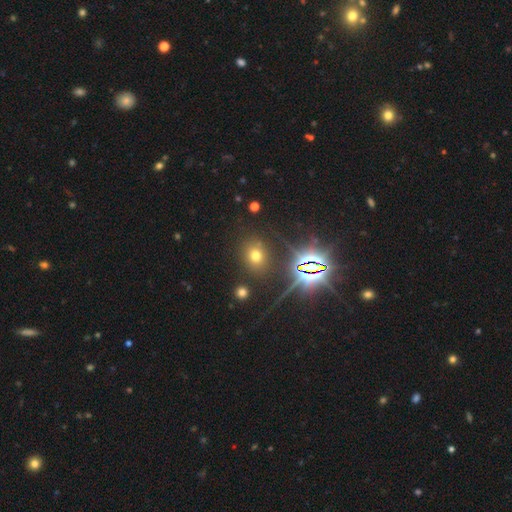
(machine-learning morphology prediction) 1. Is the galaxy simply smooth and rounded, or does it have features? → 60% smooth, 30% star or artifact, 10% featured or disk.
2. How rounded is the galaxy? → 61% round, 37% in between, 2% cigar-shaped.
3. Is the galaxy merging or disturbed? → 84% none, 9% minor disturbance, 4% major disturbance, 3% merger.